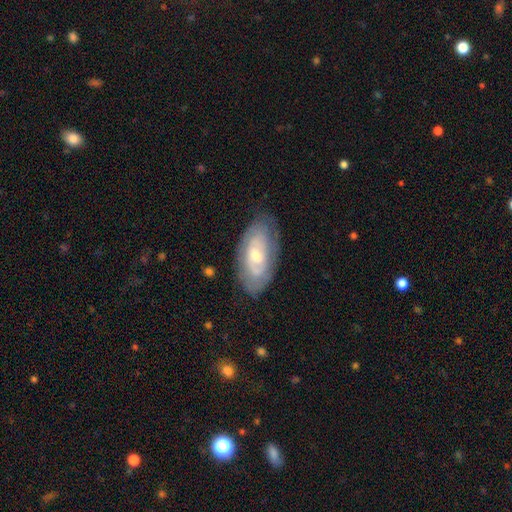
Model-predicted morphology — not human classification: Overall: featured or disk (64%; smooth 30%). Edge-on disk: no (90%). Bar: no (65%; weak 28%). Spiral arms: yes (67%; no 33%). Bulge size: moderate (51%; small 41%). Merging: none (75%).